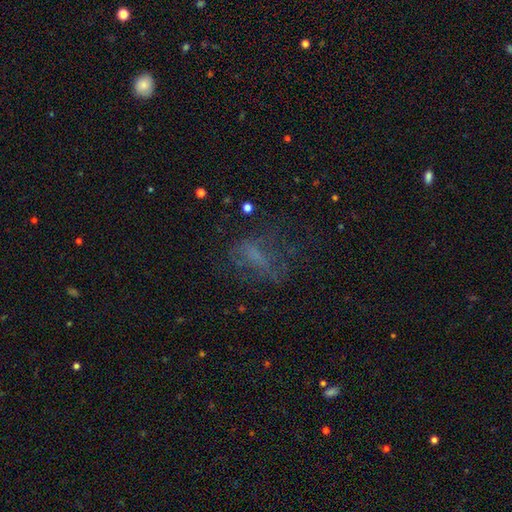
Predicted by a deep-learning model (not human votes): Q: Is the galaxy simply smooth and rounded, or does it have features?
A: smooth — 40%.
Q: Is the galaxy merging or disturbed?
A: none — 45%.